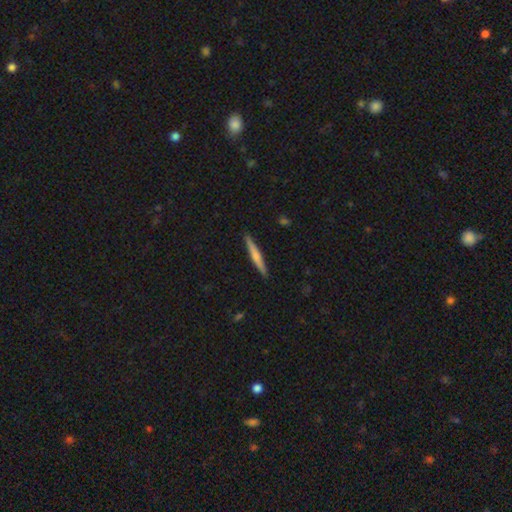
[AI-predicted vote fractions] Smooth or featured?
  - smooth: 55% *
  - featured or disk: 39%
  - star or artifact: 6%
How rounded?
  - cigar-shaped: 95% *
  - in between: 3%
  - round: 1%
Merging?
  - none: 91% *
  - minor disturbance: 6%
  - major disturbance: 1%
  - merger: 1%